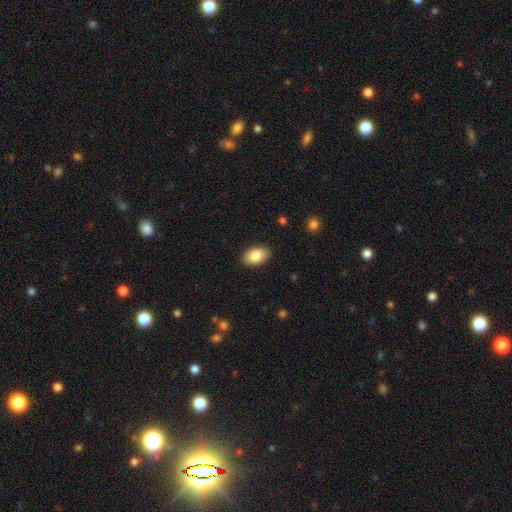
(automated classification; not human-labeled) smooth_or_featured: smooth (p=0.84) [alt: featured or disk p=0.09]
how_rounded: in between (p=0.92) [alt: round p=0.07]
merging: none (p=0.89) [alt: minor disturbance p=0.08]